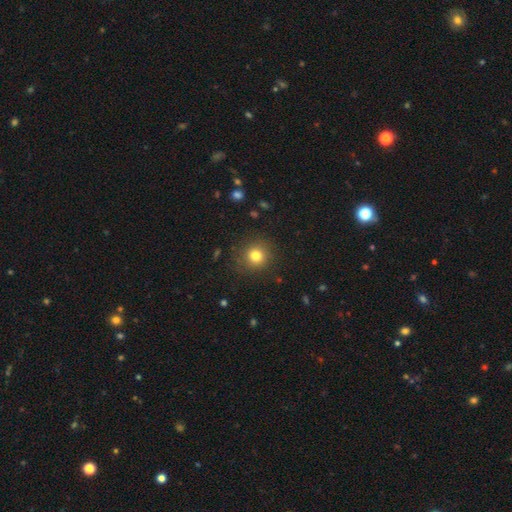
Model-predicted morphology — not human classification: This appears to be a smooth galaxy with no disk features (79%) that is round (92%). Merging: none (88%).